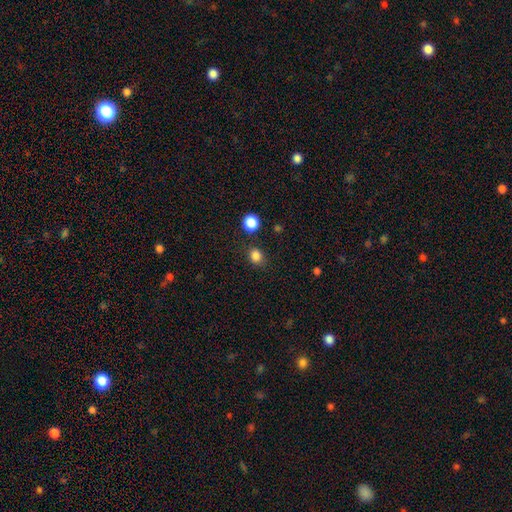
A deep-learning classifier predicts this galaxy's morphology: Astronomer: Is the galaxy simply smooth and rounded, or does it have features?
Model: smooth — 83%.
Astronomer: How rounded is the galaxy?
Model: round — 67%.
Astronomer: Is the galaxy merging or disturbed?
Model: none — 80%.